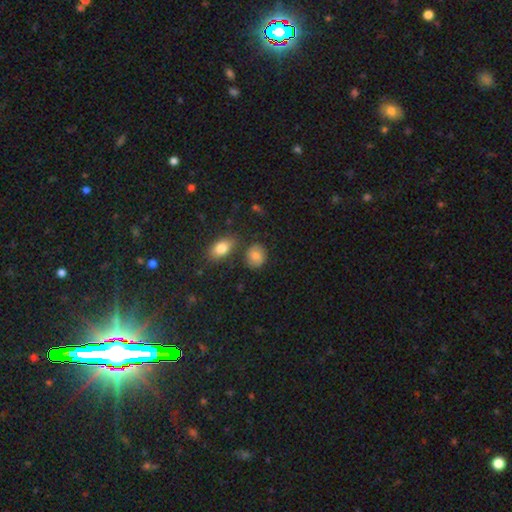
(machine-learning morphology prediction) This appears to be a smooth galaxy with no disk features (80%) that is round (64%). Merging: none (77%).